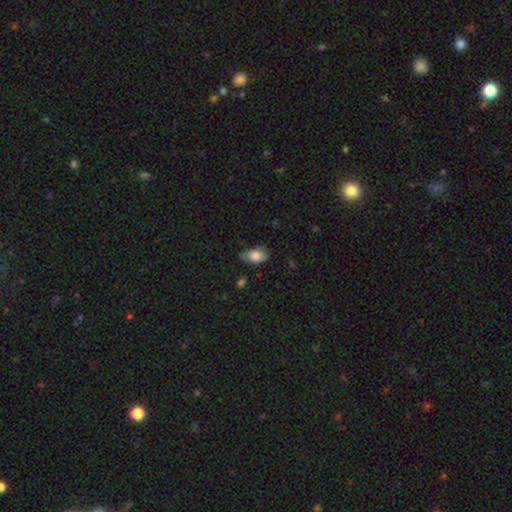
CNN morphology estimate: A smooth galaxy with no disk features (76%) that is in between round and cigar-shaped (90%). Merging: none (64%).